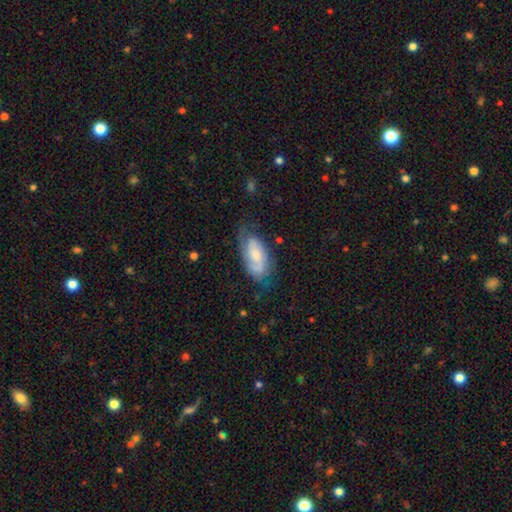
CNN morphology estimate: This is possibly a featured or disk galaxy (59%). It is clearly not viewed edge-on (93%). Bar: likely no (60%). Spiral arm pattern: clearly yes (86%). Central bulge: marginally moderate (43%). Merging: possibly none (58%).